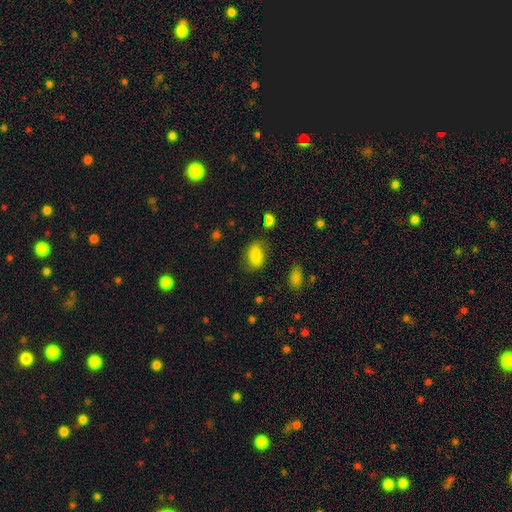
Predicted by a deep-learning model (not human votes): This is clearly a smooth galaxy (83%). How rounded: clearly in between (85%). Merging: likely none (68%).